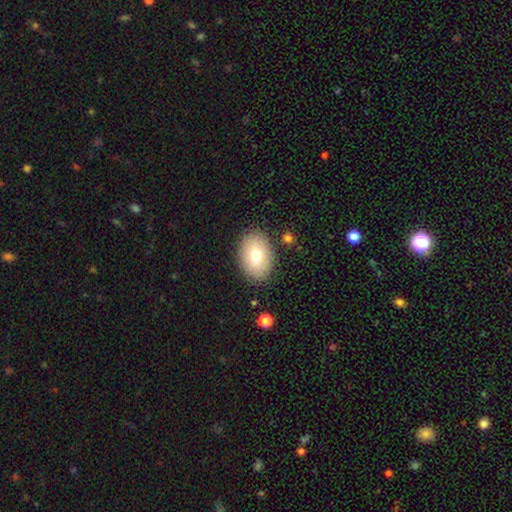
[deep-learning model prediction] Smooth or featured? Predicted: smooth (p=0.74). How rounded? Predicted: in between (p=0.82). Merging? Predicted: none (p=0.86).